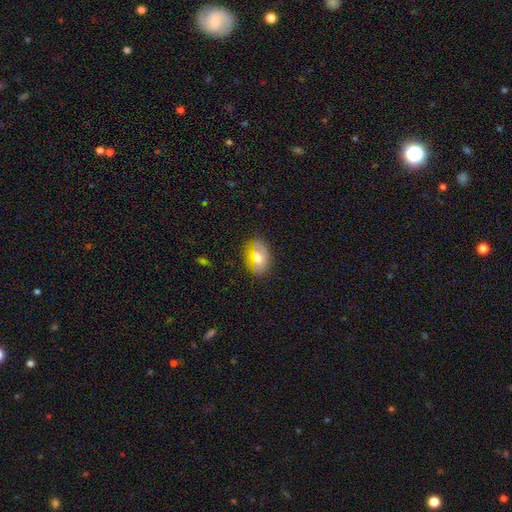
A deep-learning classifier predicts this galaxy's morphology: This appears to be a smooth galaxy with no disk features (68%) that is in between round and cigar-shaped (75%). Merging: none (81%).